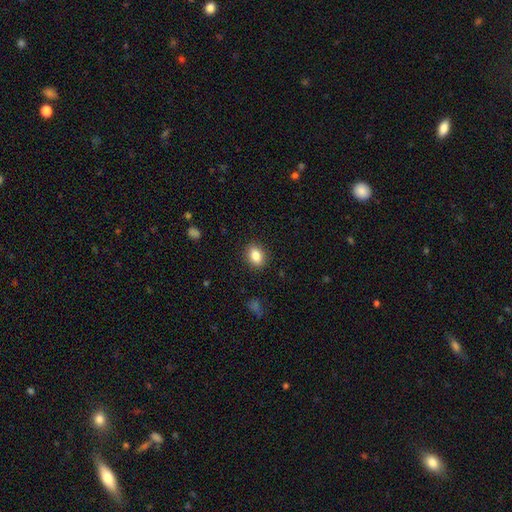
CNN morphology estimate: Smooth or featured: smooth — 85% (star or artifact — 9%)
How rounded: in between — 69% (round — 30%)
Merging: none — 89% (minor disturbance — 8%)